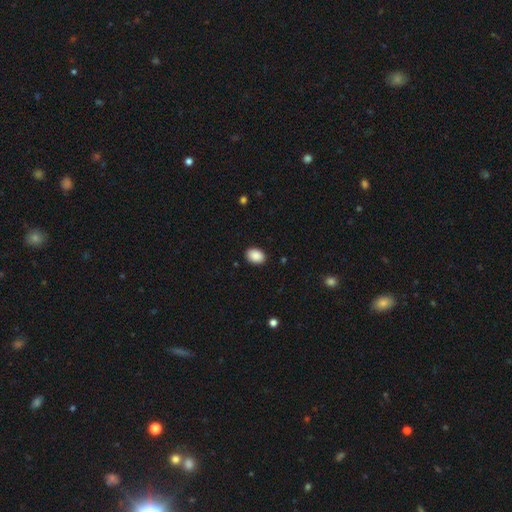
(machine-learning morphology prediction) A smooth galaxy with no disk features (90%) that is in between round and cigar-shaped (79%). Merging: none (89%).